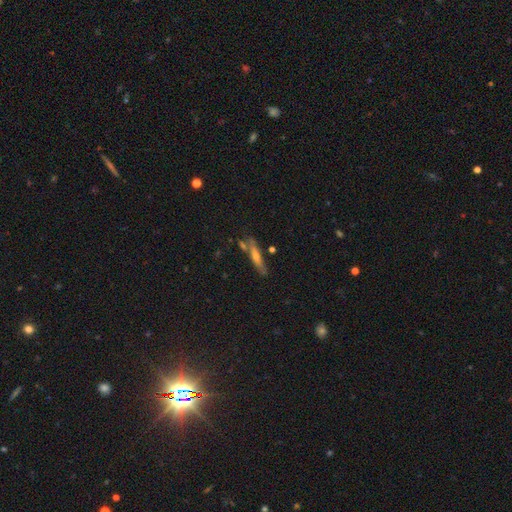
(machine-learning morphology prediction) This is possibly a featured or disk galaxy (55%). It is clearly viewed edge-on (86%). Merging: likely none (70%).